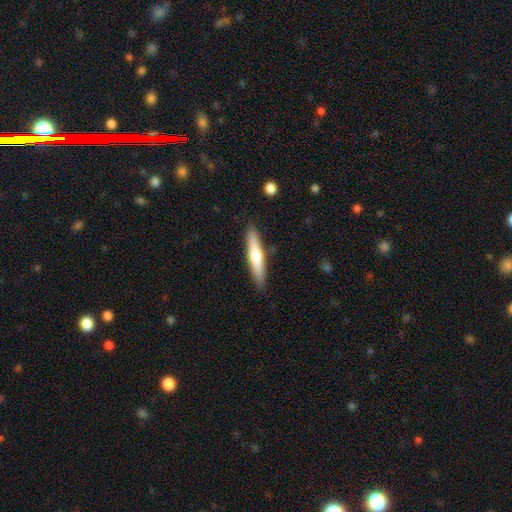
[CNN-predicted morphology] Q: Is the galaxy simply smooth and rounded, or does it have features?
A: smooth — 51%.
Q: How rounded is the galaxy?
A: cigar-shaped — 88%.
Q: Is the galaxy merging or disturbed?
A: none — 89%.